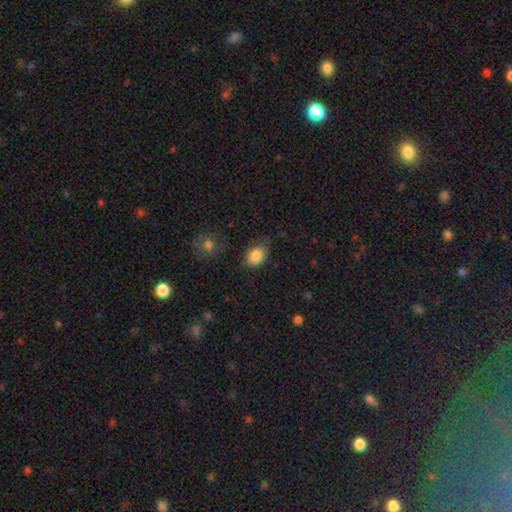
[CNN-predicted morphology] Smooth or featured?
  - smooth: 86% *
  - star or artifact: 8%
  - featured or disk: 6%
How rounded?
  - in between: 78% *
  - round: 21%
  - cigar-shaped: 1%
Merging?
  - none: 74% *
  - minor disturbance: 19%
  - major disturbance: 4%
  - merger: 2%